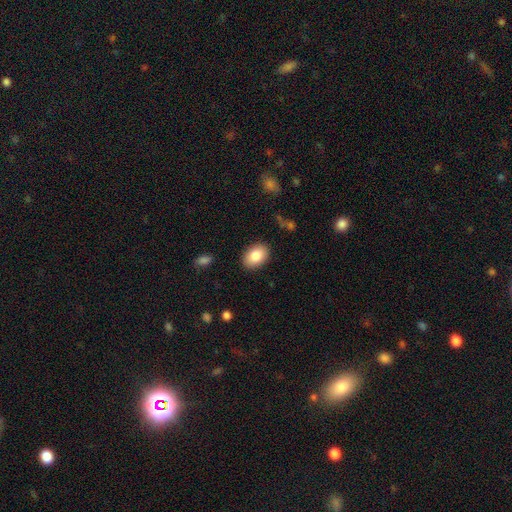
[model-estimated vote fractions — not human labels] A smooth galaxy with no disk features (84%) that is in between round and cigar-shaped (84%).

Vote fractions:
- Smooth or featured? smooth: 84% / featured or disk: 9% / star or artifact: 7%
- How rounded? in between: 84% / round: 15% / cigar-shaped: 1%
- Merging? none: 88% / minor disturbance: 8% / major disturbance: 2% / merger: 1%